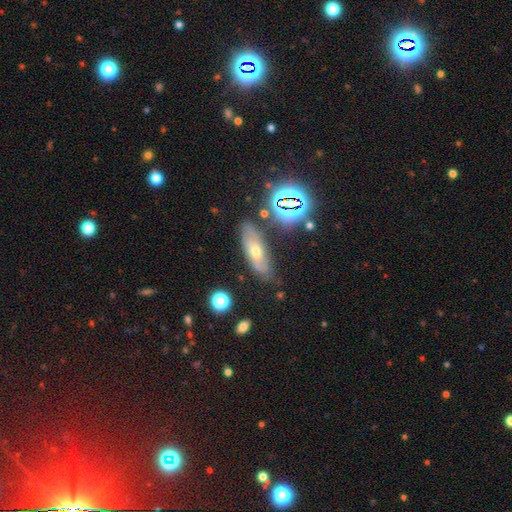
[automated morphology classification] A featured or disk galaxy (42%). Merging: none (76%).